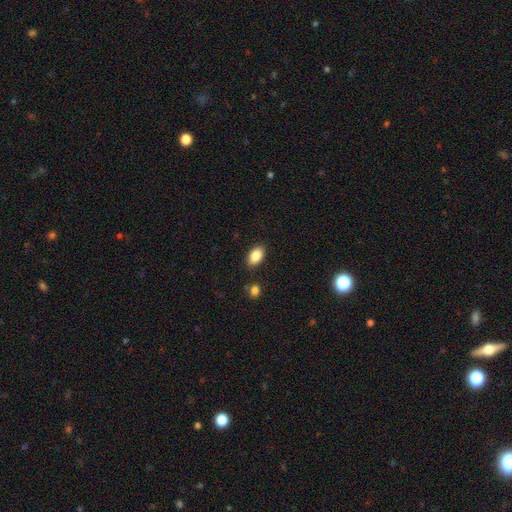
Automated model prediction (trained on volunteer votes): This appears to be a smooth galaxy with no disk features (86%) that is in between round and cigar-shaped (92%). Merging: none (85%).